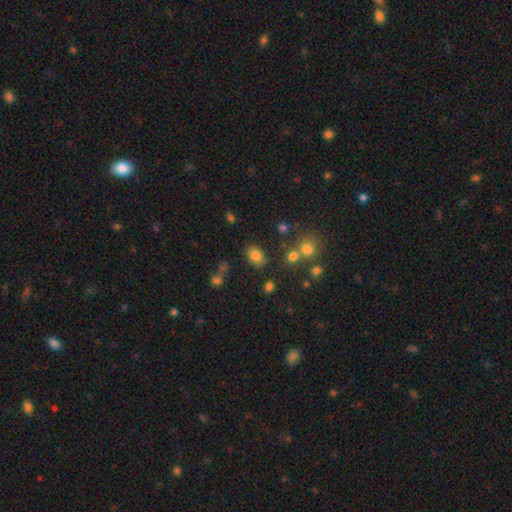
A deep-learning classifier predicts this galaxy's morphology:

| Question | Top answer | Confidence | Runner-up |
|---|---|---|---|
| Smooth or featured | smooth | 79% | star or artifact (13%) |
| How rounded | in between | 73% | round (26%) |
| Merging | none | 79% | minor disturbance (11%) |